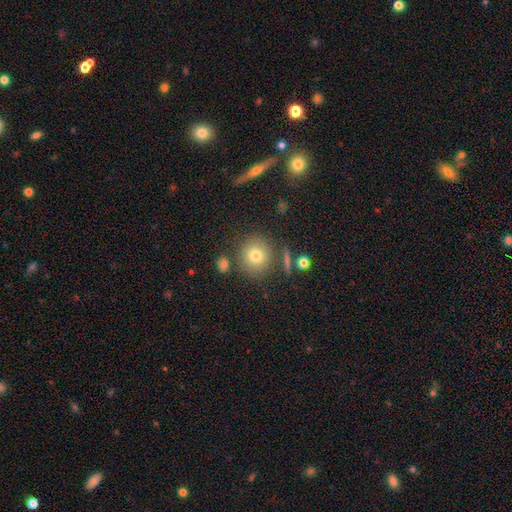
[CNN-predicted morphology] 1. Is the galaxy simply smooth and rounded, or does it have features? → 76% smooth, 12% featured or disk, 12% star or artifact.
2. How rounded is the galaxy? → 89% round, 10% in between, 1% cigar-shaped.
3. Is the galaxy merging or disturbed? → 79% none, 11% minor disturbance, 6% merger, 4% major disturbance.